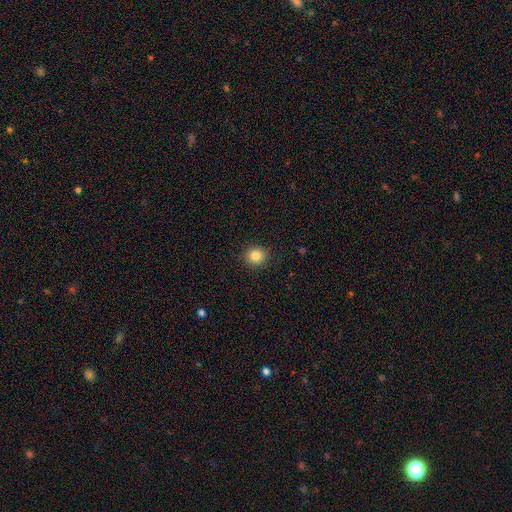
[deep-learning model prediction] Smooth or featured? Predicted: smooth (p=0.84). How rounded? Predicted: round (p=0.90). Merging? Predicted: none (p=0.91).